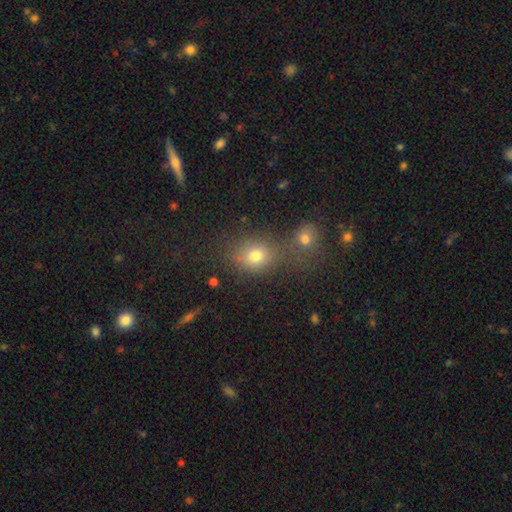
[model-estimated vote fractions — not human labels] smooth 74%, star or artifact 17%, featured or disk 9%. Down the decision tree: how rounded — round (59%); merging — none (55%).